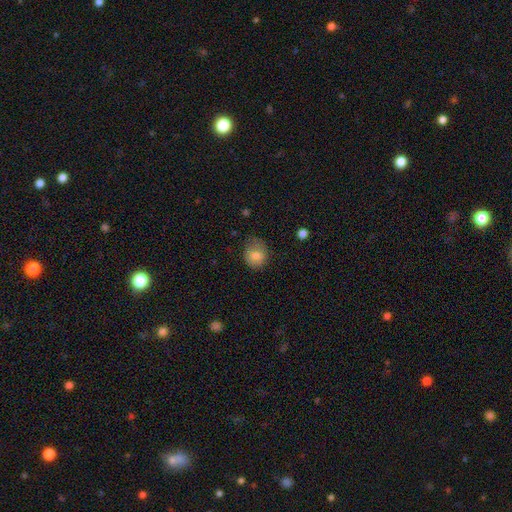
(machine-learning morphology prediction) The model was most divided on "merging": none: 55%, minor disturbance: 33%, major disturbance: 10%, merger: 2%. More confident: smooth or featured — smooth (79%); how rounded — round (62%).